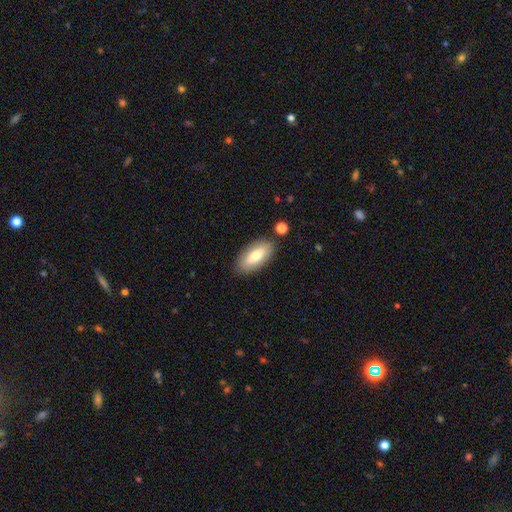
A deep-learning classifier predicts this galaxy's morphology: A smooth galaxy with no disk features (73%) that is in between round and cigar-shaped (87%). Merging: none (84%).